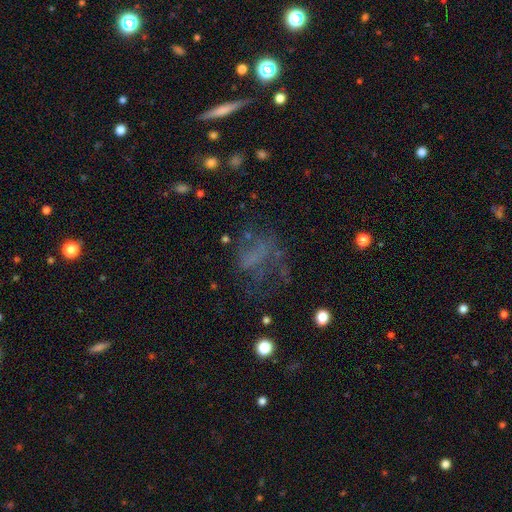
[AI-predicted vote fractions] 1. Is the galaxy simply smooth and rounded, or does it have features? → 40% featured or disk, 33% smooth, 27% star or artifact.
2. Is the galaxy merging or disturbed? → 40% major disturbance, 38% none, 18% minor disturbance, 4% merger.